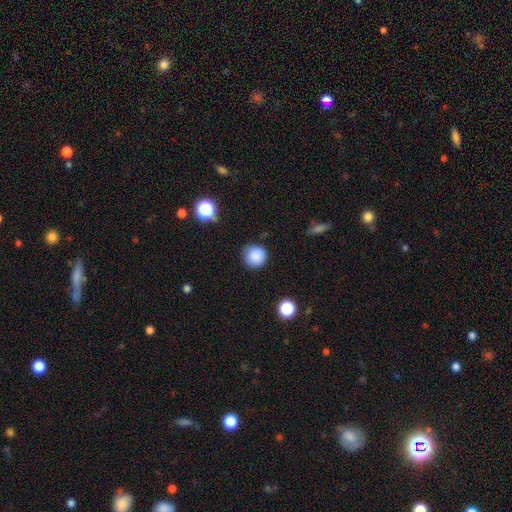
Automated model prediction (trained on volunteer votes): Morphology: type=smooth (86%); roundness=round (93%); merging=none (83%).